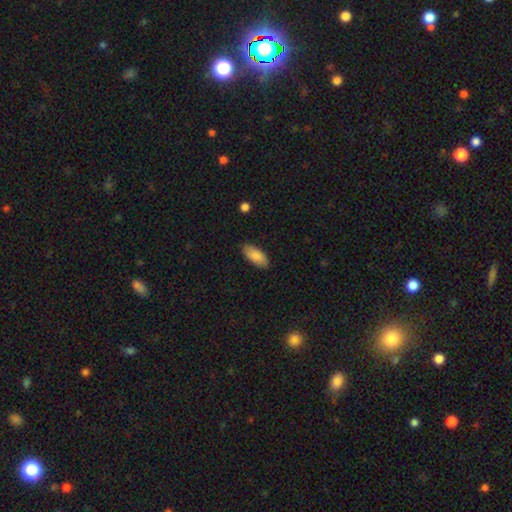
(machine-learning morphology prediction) Smooth or featured: smooth — 87% (featured or disk — 7%)
How rounded: in between — 88% (cigar-shaped — 11%)
Merging: none — 87% (minor disturbance — 10%)